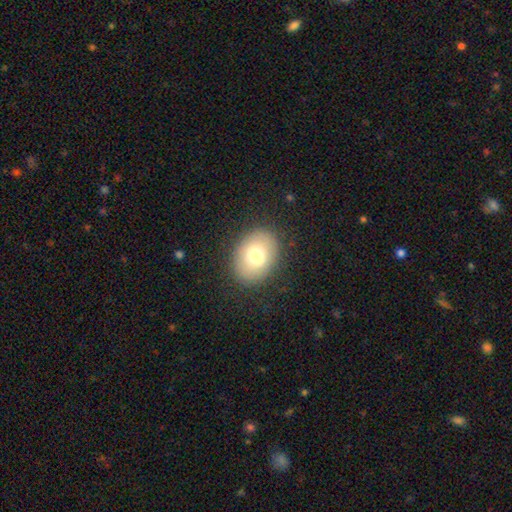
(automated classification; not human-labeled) smooth_or_featured: smooth (p=0.74) [alt: featured or disk p=0.17]
how_rounded: in between (p=0.62) [alt: round p=0.37]
merging: none (p=0.86) [alt: minor disturbance p=0.09]